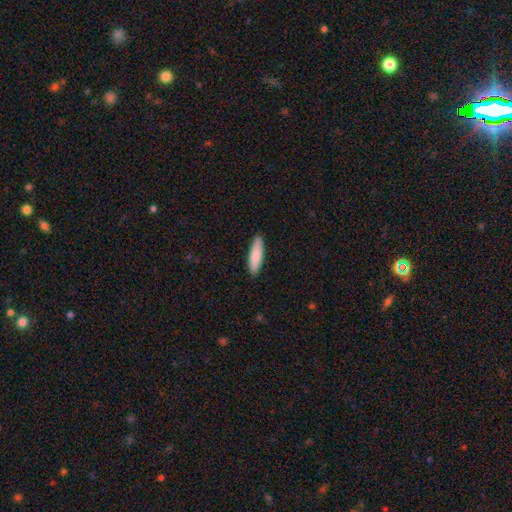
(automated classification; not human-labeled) The model was most divided on "how rounded": cigar-shaped: 66%, in between: 33%, round: 1%. More confident: merging — none (90%); smooth or featured — smooth (85%).